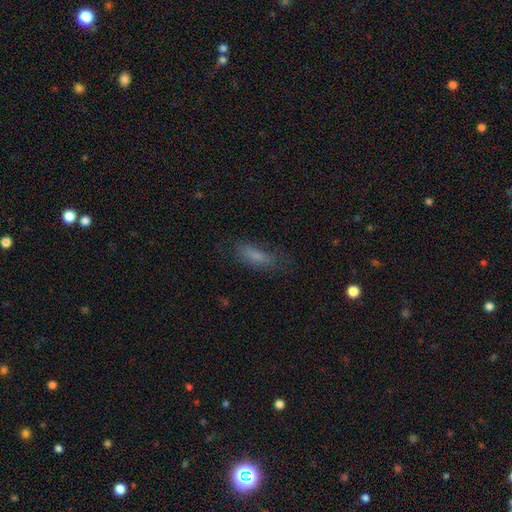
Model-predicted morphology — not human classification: A smooth galaxy with no disk features (74%) that is in between round and cigar-shaped (51%).

Vote fractions:
- Smooth or featured? smooth: 74% / featured or disk: 15% / star or artifact: 12%
- How rounded? in between: 51% / cigar-shaped: 46% / round: 3%
- Merging? none: 66% / minor disturbance: 22% / major disturbance: 10% / merger: 2%